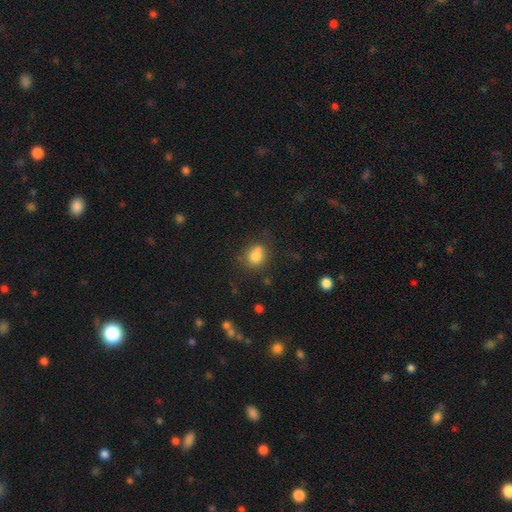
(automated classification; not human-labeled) A smooth galaxy with no disk features (76%) that is round (78%).

Vote fractions:
- Smooth or featured? smooth: 76% / featured or disk: 12% / star or artifact: 12%
- How rounded? round: 78% / in between: 21% / cigar-shaped: 1%
- Merging? none: 51% / merger: 30% / minor disturbance: 14% / major disturbance: 5%